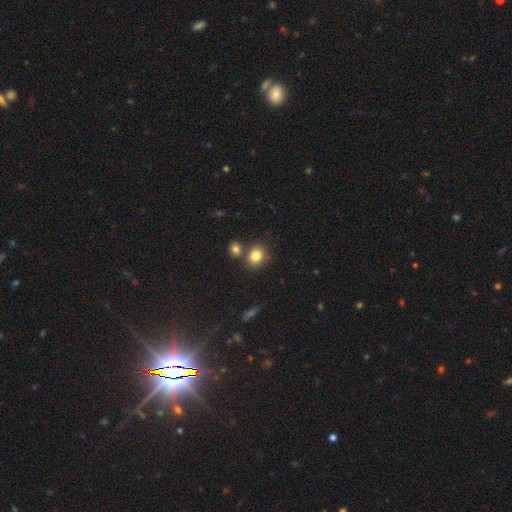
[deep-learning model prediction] Q: Smooth or featured?
A: smooth (82%); runner-up: star or artifact (11%)
Q: How rounded?
A: round (71%); runner-up: in between (28%)
Q: Merging?
A: none (66%); runner-up: merger (20%)